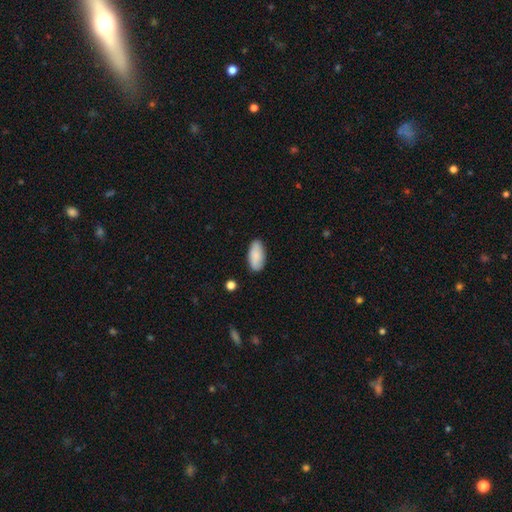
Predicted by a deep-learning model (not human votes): Smooth or featured: smooth — 86% (featured or disk — 8%)
How rounded: in between — 91% (cigar-shaped — 7%)
Merging: none — 84% (minor disturbance — 12%)